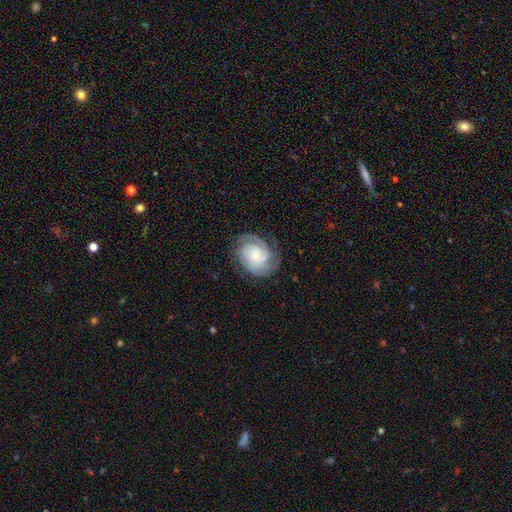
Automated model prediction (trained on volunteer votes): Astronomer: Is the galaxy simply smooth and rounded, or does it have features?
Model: featured or disk — 83%.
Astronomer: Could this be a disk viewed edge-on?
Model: no — 98%.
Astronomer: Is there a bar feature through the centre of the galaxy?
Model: no — 74%.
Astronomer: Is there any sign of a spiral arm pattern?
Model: yes — 96%.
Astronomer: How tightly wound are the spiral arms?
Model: tight — 66%.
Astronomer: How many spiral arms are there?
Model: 3 — 31% (runner-up: can't tell, 23%).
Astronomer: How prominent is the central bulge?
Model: small — 66%.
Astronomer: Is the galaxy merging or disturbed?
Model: none — 78%.